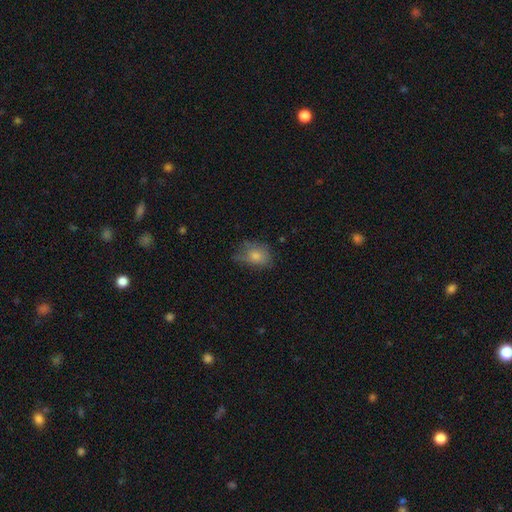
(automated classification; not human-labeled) Smooth or featured: smooth — 69% (featured or disk — 19%)
How rounded: in between — 63% (round — 35%)
Merging: none — 51% (minor disturbance — 32%)